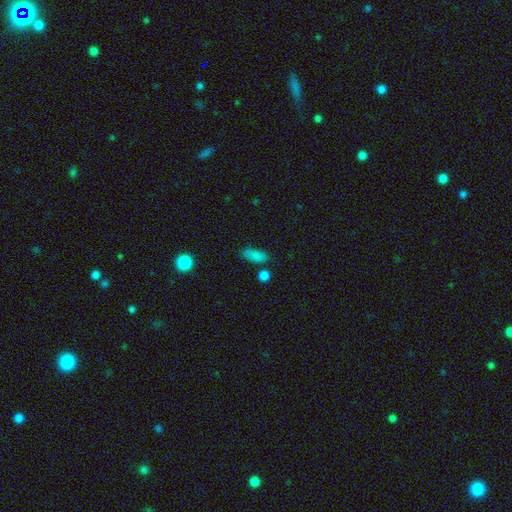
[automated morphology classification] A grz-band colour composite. It shows a smooth galaxy with no disk features (82%) that is in between round and cigar-shaped (79%). Merging: none (69%).